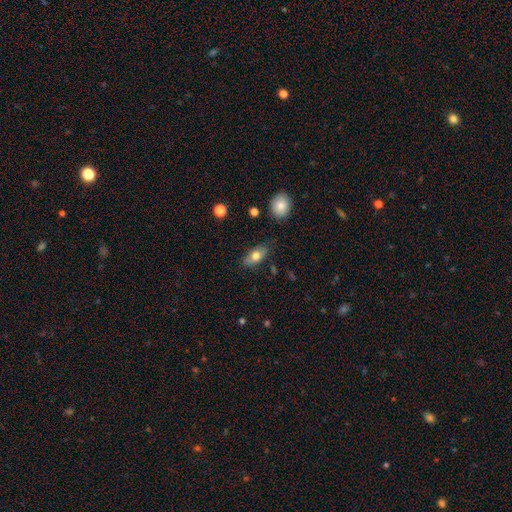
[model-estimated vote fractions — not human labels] This is likely a smooth galaxy (74%). How rounded: clearly in between (87%). Merging: likely none (79%).